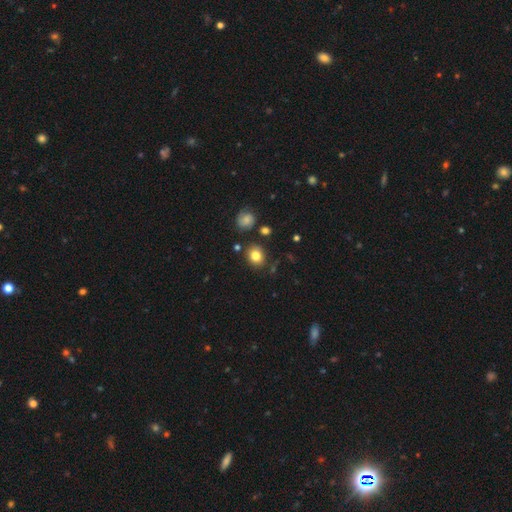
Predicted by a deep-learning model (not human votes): The model was most divided on "how rounded": round: 65%, in between: 34%, cigar-shaped: 1%. More confident: merging — none (82%); smooth or featured — smooth (81%).